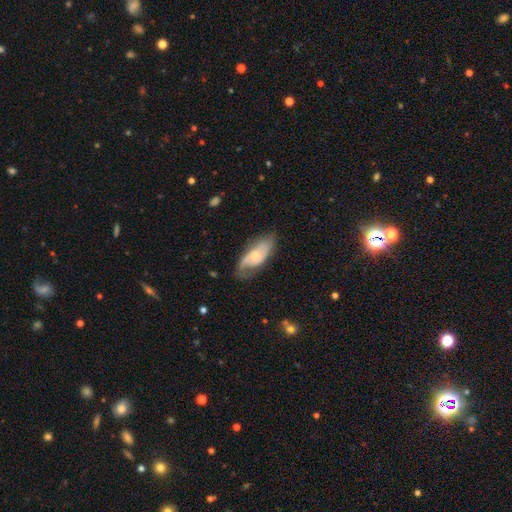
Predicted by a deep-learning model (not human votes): Morphology: type=featured or disk (61%); edge-on=no (90%); bar=no (63%); spiral arms=yes (86%); bulge=small (51%); merging=none (62%).